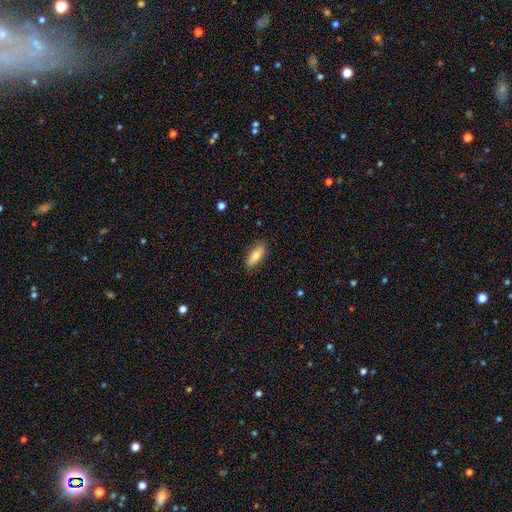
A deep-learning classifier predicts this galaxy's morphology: Q: Smooth or featured?
A: smooth (80%); runner-up: featured or disk (14%)
Q: How rounded?
A: in between (77%); runner-up: cigar-shaped (21%)
Q: Merging?
A: none (84%); runner-up: minor disturbance (13%)